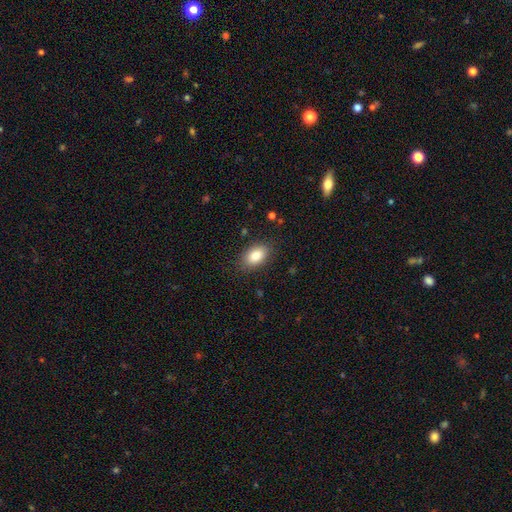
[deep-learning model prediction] smooth_or_featured: smooth (p=0.84) [alt: featured or disk p=0.09]
how_rounded: in between (p=0.89) [alt: round p=0.09]
merging: none (p=0.85) [alt: minor disturbance p=0.11]